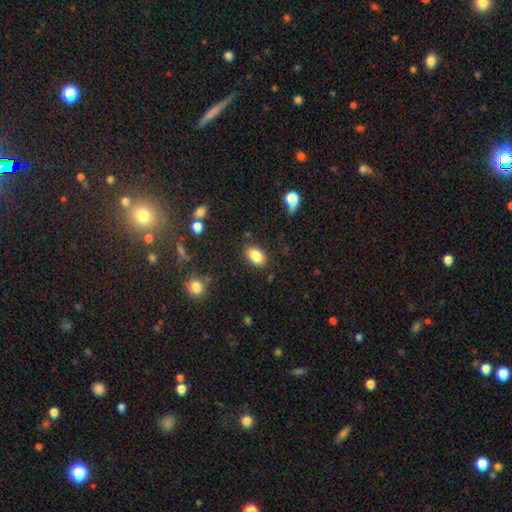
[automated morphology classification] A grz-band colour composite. It shows a smooth galaxy with no disk features (85%) that is in between round and cigar-shaped (87%). Merging: none (85%).